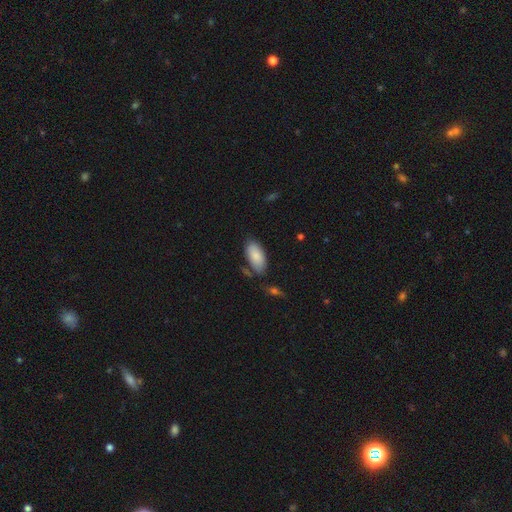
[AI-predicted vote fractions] This is clearly a smooth galaxy (85%). How rounded: clearly in between (93%). Merging: likely none (71%).